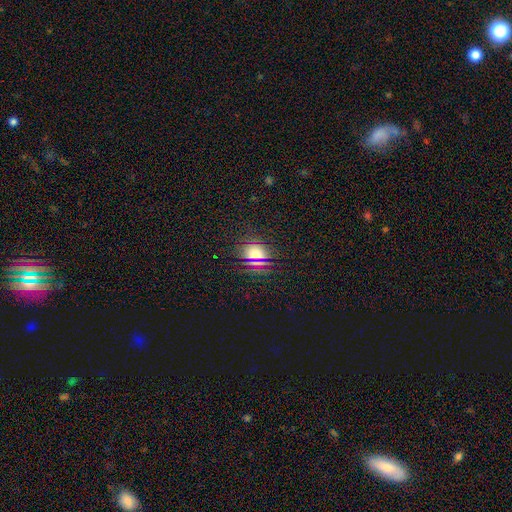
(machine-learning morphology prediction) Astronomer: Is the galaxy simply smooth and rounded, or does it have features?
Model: smooth — 50% (runner-up: star or artifact, 40%).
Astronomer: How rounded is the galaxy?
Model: round — 72%.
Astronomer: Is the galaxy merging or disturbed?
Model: none — 80%.